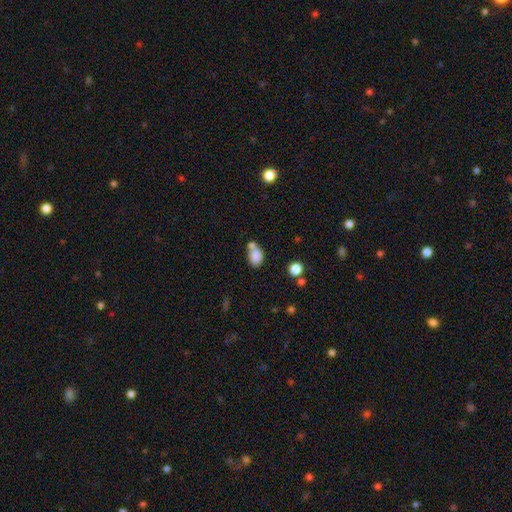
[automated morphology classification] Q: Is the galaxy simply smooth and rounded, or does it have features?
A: smooth — 83%.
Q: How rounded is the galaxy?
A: in between — 76%.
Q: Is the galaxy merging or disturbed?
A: none — 42%.